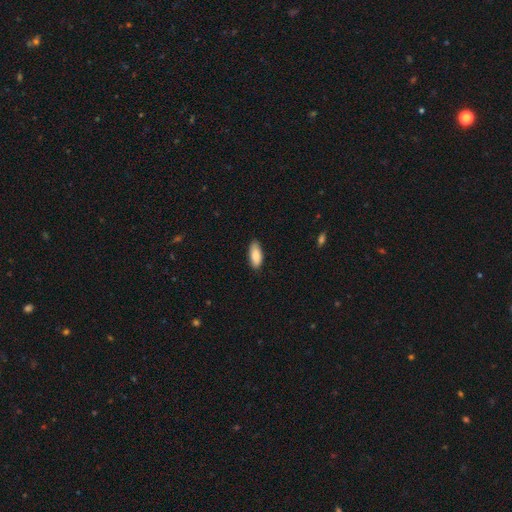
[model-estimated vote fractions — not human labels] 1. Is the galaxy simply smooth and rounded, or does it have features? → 86% smooth, 8% featured or disk, 6% star or artifact.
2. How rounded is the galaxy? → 84% in between, 14% cigar-shaped, 2% round.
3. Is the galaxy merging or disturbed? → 84% none, 13% minor disturbance, 2% major disturbance, 1% merger.